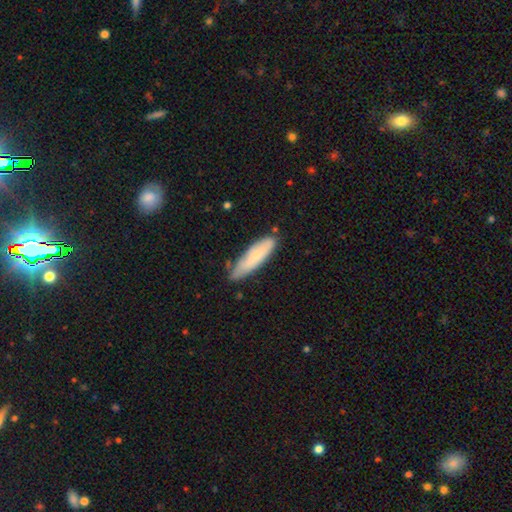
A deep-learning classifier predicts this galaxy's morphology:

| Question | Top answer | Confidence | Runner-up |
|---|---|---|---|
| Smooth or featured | smooth | 71% | featured or disk (23%) |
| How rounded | cigar-shaped | 66% | in between (33%) |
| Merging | none | 69% | minor disturbance (24%) |